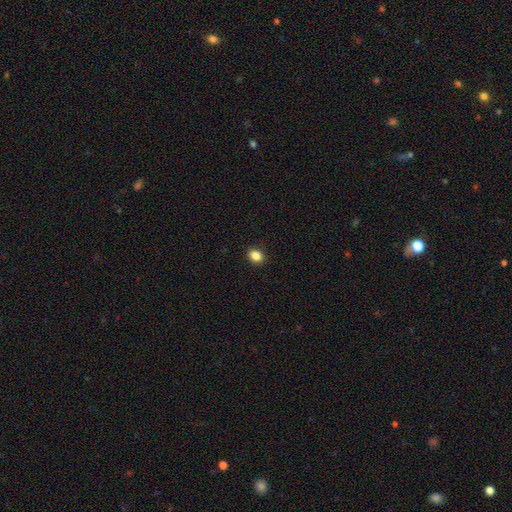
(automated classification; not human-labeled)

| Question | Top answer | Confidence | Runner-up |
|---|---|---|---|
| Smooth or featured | smooth | 86% | star or artifact (10%) |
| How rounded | round | 53% | in between (46%) |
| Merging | none | 91% | minor disturbance (6%) |